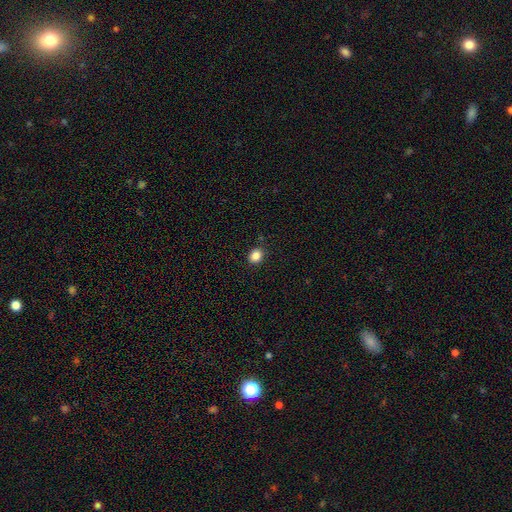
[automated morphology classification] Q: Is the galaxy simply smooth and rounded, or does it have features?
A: smooth — 85%.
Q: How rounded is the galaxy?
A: round — 66%.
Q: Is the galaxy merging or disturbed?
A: none — 89%.